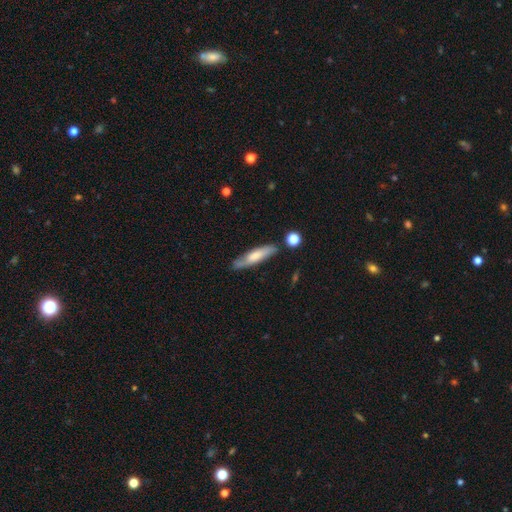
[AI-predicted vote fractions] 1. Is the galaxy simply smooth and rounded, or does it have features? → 57% smooth, 36% featured or disk, 6% star or artifact.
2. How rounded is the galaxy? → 76% cigar-shaped, 22% in between, 2% round.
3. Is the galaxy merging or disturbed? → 73% none, 18% minor disturbance, 5% merger, 4% major disturbance.